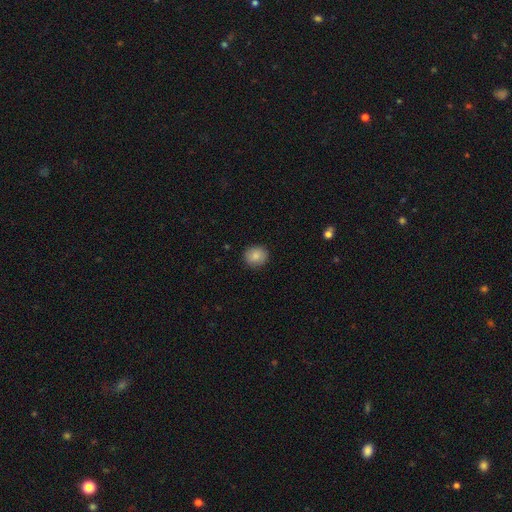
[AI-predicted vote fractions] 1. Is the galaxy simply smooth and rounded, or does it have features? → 86% smooth, 8% star or artifact, 6% featured or disk.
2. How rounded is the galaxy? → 83% round, 16% in between, 1% cigar-shaped.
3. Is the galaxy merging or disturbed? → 90% none, 8% minor disturbance, 2% major disturbance, 1% merger.